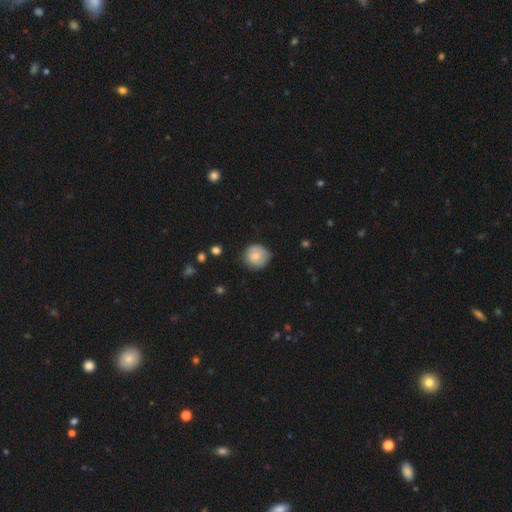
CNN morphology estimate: Smooth or featured? smooth (75%)
How rounded? round (88%)
Merging? none (71%)